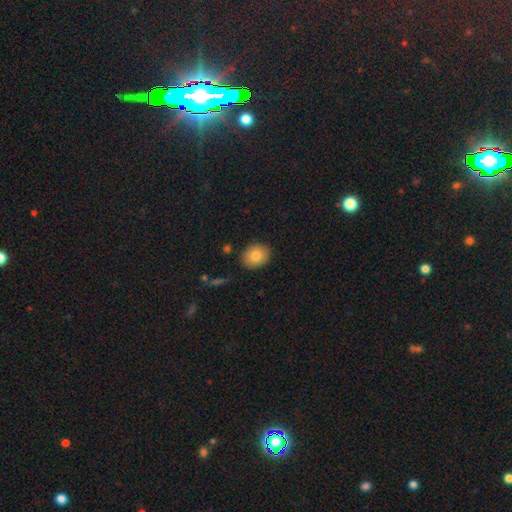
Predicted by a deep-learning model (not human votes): A smooth galaxy with no disk features (82%) that is round (54%).

Vote fractions:
- Smooth or featured? smooth: 82% / featured or disk: 10% / star or artifact: 8%
- How rounded? round: 54% / in between: 45% / cigar-shaped: 1%
- Merging? none: 89% / minor disturbance: 8% / major disturbance: 2% / merger: 2%